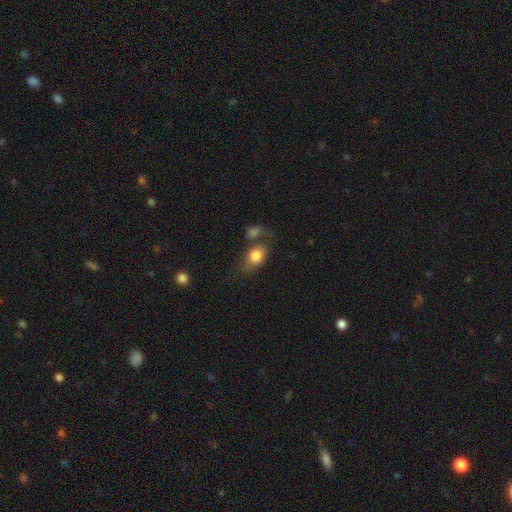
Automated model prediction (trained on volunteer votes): Smooth or featured? smooth (79%)
How rounded? in between (75%)
Merging? none (48%)